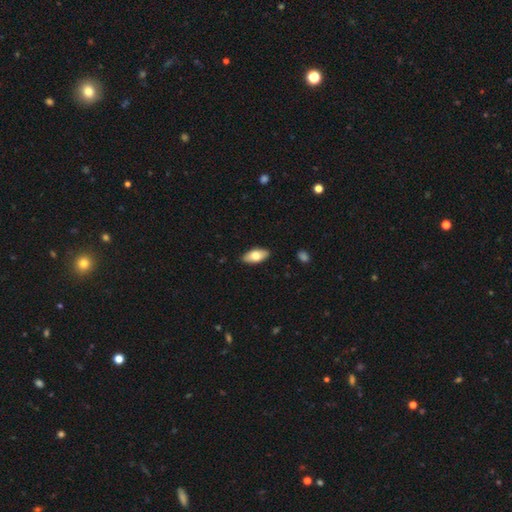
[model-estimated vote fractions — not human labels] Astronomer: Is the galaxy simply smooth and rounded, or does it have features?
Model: smooth — 73%.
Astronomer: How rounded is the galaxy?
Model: in between — 89%.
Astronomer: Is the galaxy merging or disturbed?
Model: none — 88%.